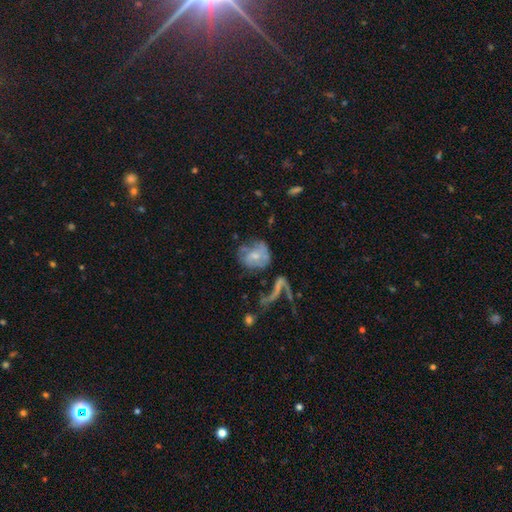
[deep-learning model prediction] featured or disk 58%, smooth 34%, star or artifact 9%. Down the decision tree: edge-on disk — no (97%); bar — no (69%); spiral arms — yes (62%); bulge size — small (53%); merging — none (38%).